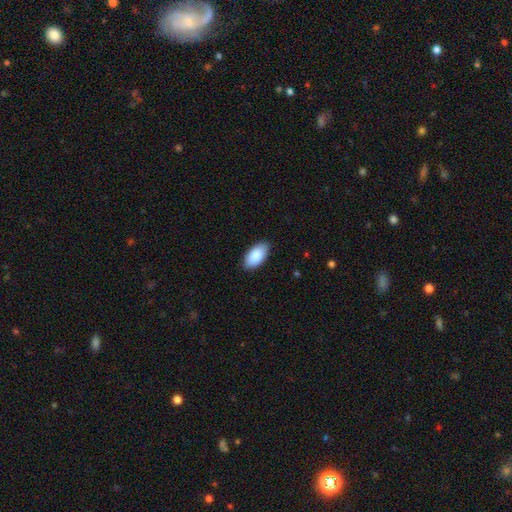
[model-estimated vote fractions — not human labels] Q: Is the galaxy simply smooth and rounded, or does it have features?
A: smooth — 90%.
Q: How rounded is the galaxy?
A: in between — 96%.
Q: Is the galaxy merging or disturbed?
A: none — 87%.